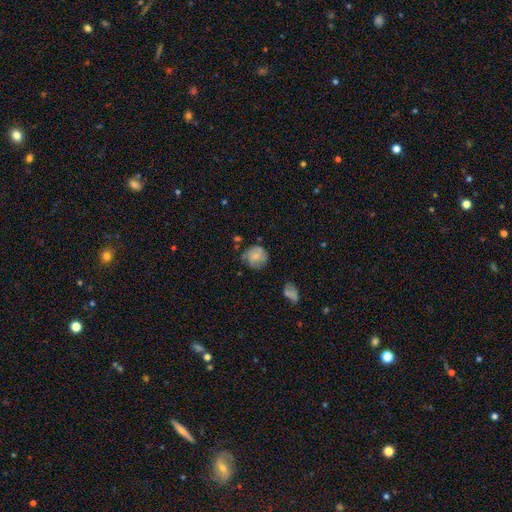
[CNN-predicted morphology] smooth 66%, featured or disk 25%, star or artifact 8%. Down the decision tree: how rounded — round (85%); merging — none (64%).